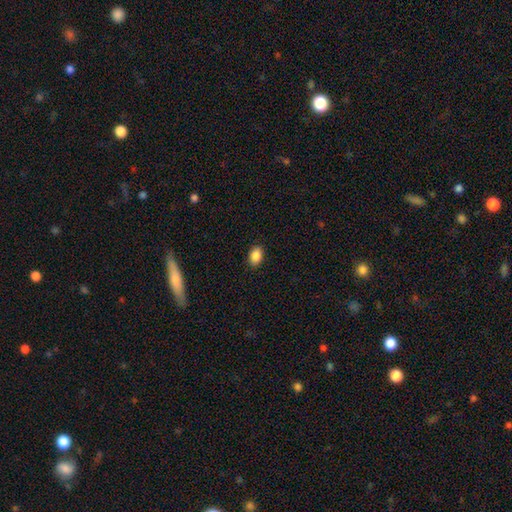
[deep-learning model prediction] The model was most divided on "how rounded": in between: 84%, round: 15%, cigar-shaped: 1%. More confident: merging — none (89%); smooth or featured — smooth (88%).